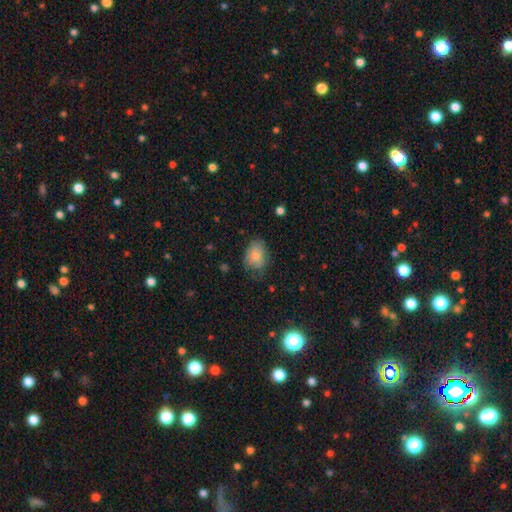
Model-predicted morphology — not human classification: A smooth galaxy with no disk features (79%) that is in between round and cigar-shaped (69%). Merging: none (59%).